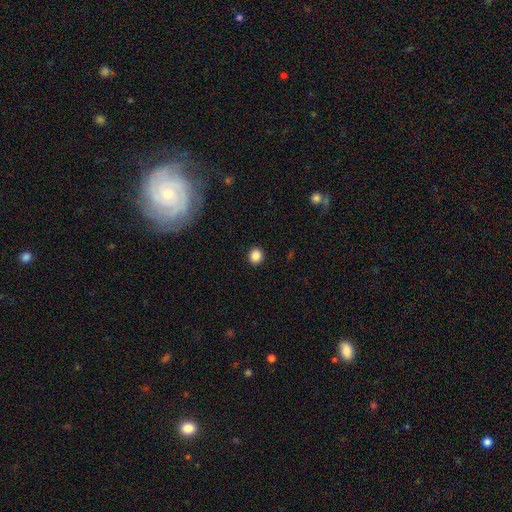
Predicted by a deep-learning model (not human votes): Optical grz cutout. It shows a smooth galaxy with no disk features (87%) that is round (85%). Merging: none (92%).